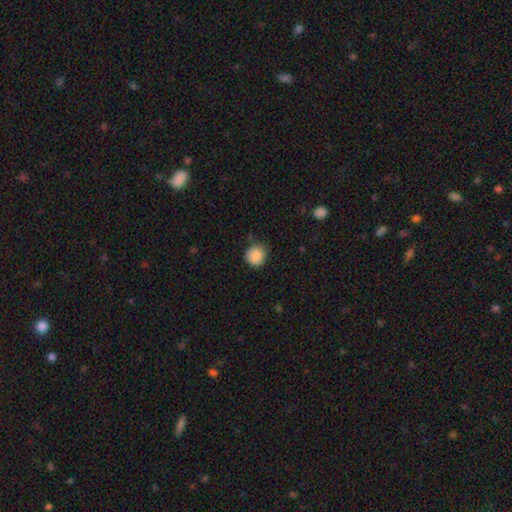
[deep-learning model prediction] A smooth galaxy with no disk features (86%) that is round (90%).

Vote fractions:
- Smooth or featured? smooth: 86% / star or artifact: 9% / featured or disk: 5%
- How rounded? round: 90% / in between: 9% / cigar-shaped: 1%
- Merging? none: 79% / minor disturbance: 16% / major disturbance: 3% / merger: 2%